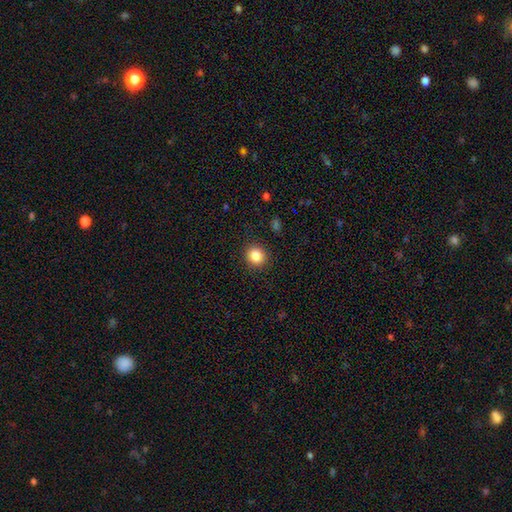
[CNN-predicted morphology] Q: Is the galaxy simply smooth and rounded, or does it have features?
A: smooth — 85%.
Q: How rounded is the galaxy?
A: round — 86%.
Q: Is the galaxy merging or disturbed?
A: none — 90%.